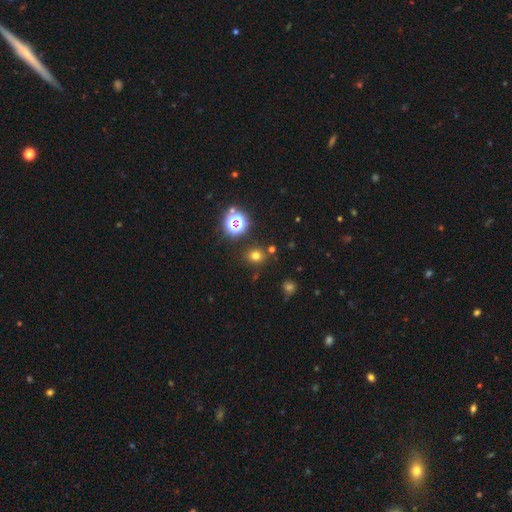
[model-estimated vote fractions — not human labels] Overall: smooth (67%). How rounded: round (73%). Merging: none (84%).